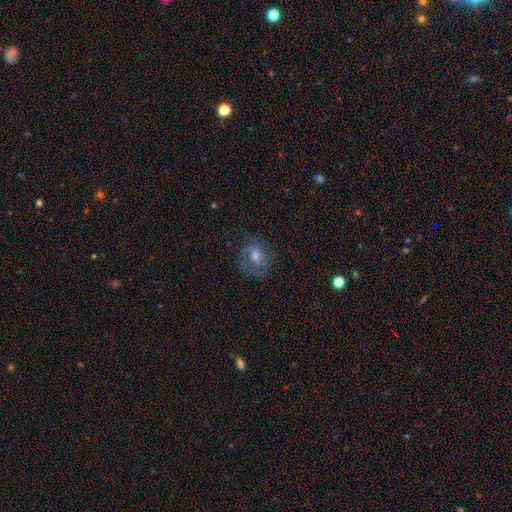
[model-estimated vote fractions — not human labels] This appears to be a featured or disk galaxy (45%). Merging: none (67%).